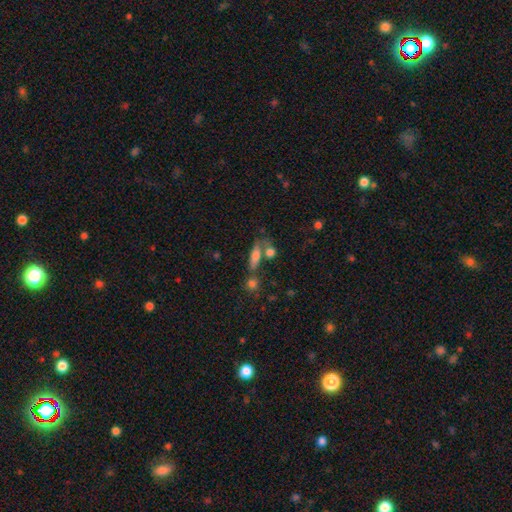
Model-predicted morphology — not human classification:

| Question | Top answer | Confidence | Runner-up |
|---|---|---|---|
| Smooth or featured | smooth | 65% | featured or disk (23%) |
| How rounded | in between | 47% | cigar-shaped (43%) |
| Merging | none | 48% | merger (27%) |